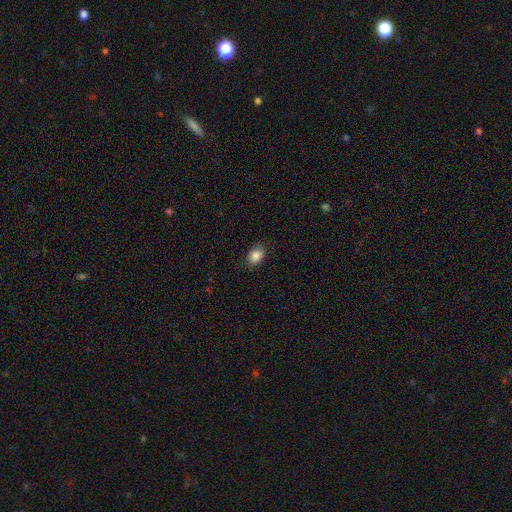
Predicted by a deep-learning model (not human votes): This appears to be a smooth galaxy with no disk features (87%) that is in between round and cigar-shaped (72%). Merging: none (84%).